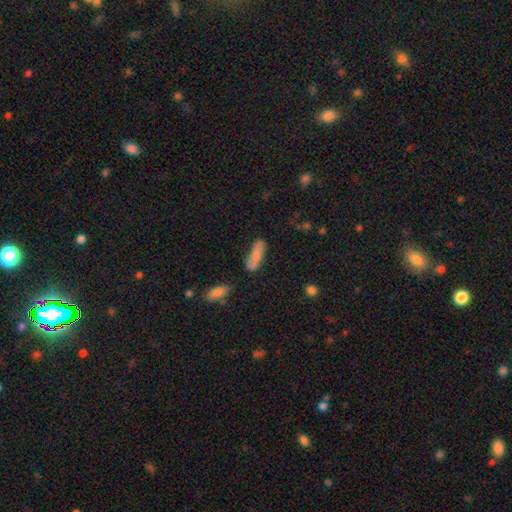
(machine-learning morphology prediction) A smooth galaxy with no disk features (73%) that is in between round and cigar-shaped (54%).

Vote fractions:
- Smooth or featured? smooth: 73% / featured or disk: 20% / star or artifact: 7%
- How rounded? in between: 54% / cigar-shaped: 43% / round: 3%
- Merging? none: 65% / minor disturbance: 22% / merger: 7% / major disturbance: 6%